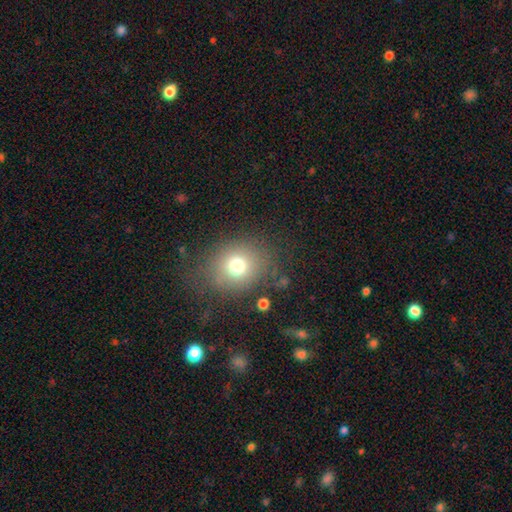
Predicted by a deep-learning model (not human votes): Smooth or featured? smooth (72%)
How rounded? round (62%)
Merging? none (79%)